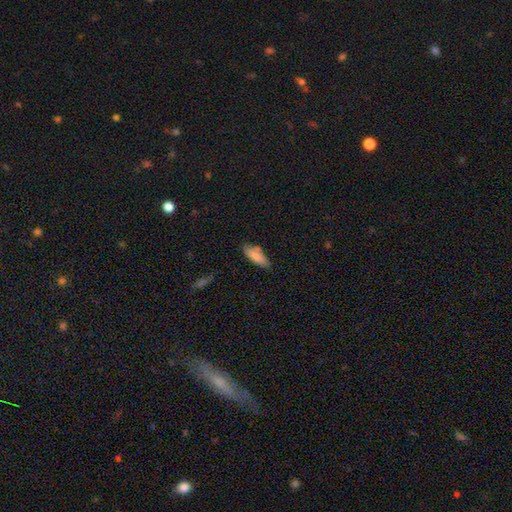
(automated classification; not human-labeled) This appears to be a smooth galaxy with no disk features (80%) that is in between round and cigar-shaped (68%). Merging: none (68%).